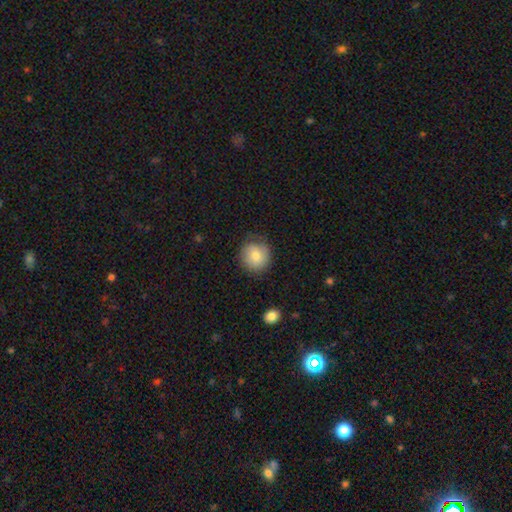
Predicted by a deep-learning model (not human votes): Overall: smooth (78%). How rounded: round (89%). Merging: none (75%).